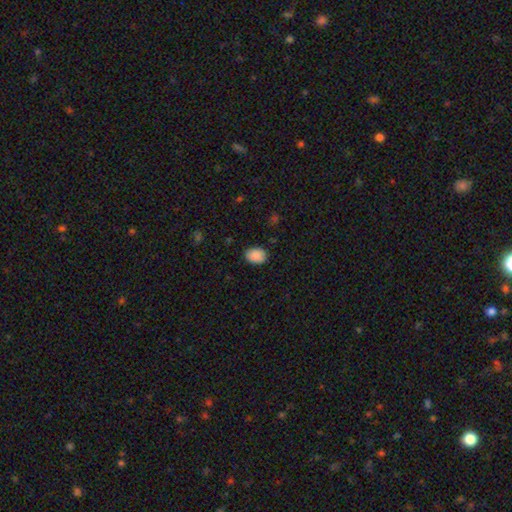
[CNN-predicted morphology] A smooth galaxy with no disk features (88%) that is in between round and cigar-shaped (78%). Merging: none (83%).